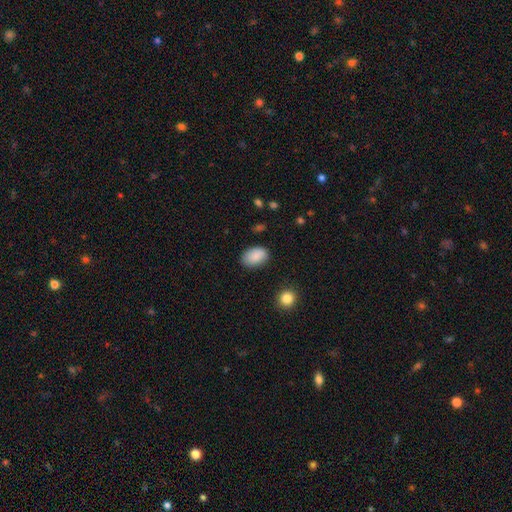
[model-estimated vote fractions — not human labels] smooth 89%, star or artifact 7%, featured or disk 4%. Down the decision tree: how rounded — in between (90%); merging — none (82%).